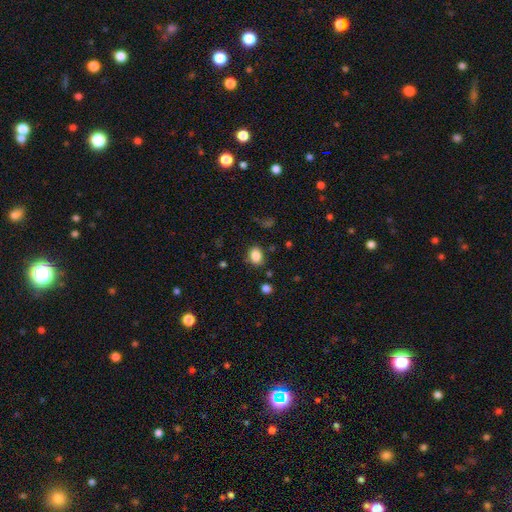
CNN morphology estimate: smooth-or-featured: smooth: 85% | star or artifact: 10% | featured or disk: 5%
  how-rounded: in between: 56% | round: 43% | cigar-shaped: 1%
  merging: none: 81% | minor disturbance: 12% | major disturbance: 4% | merger: 3%